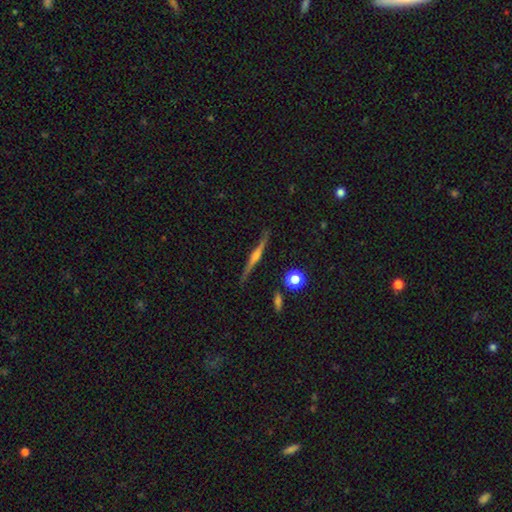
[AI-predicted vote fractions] featured or disk 76%, smooth 16%, star or artifact 8%. Down the decision tree: edge-on disk — yes (98%); edge-on bulge — rounded (78%); merging — none (88%).